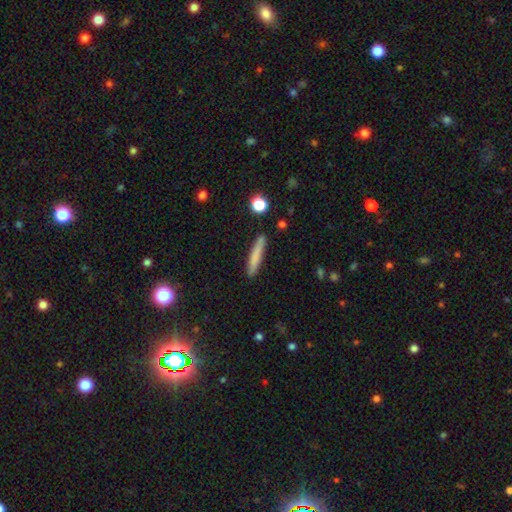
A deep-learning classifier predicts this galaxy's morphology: The model was most divided on "smooth or featured": smooth: 76%, featured or disk: 17%, star or artifact: 7%. More confident: how rounded — cigar-shaped (93%); merging — none (87%).